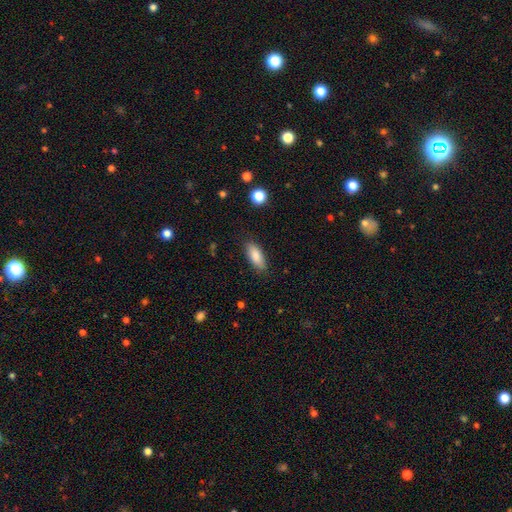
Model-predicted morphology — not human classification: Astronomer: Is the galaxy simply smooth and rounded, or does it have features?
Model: smooth — 85%.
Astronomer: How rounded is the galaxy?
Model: in between — 77%.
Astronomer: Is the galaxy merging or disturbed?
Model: none — 85%.